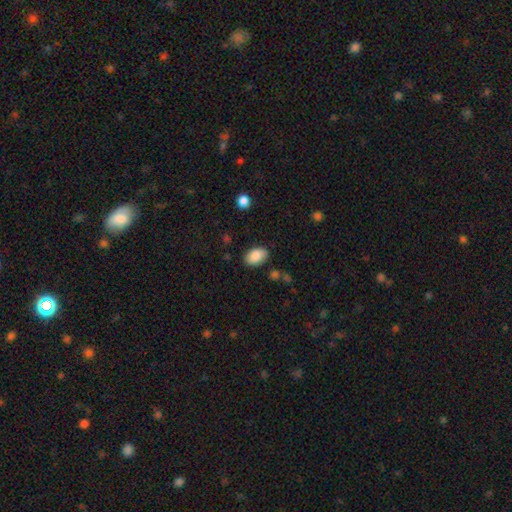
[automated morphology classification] The model was most divided on "merging": none: 83%, minor disturbance: 12%, major disturbance: 3%, merger: 2%. More confident: how rounded — in between (88%); smooth or featured — smooth (87%).